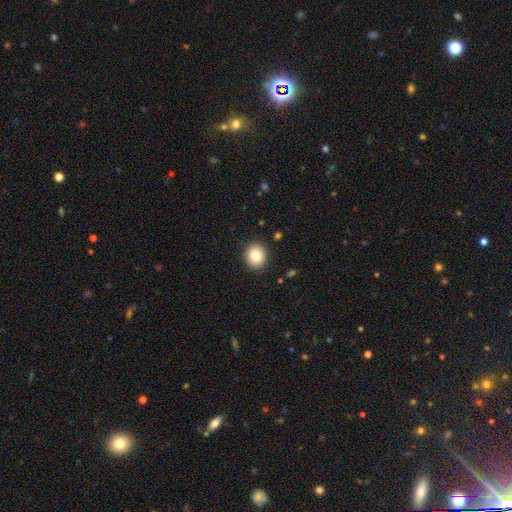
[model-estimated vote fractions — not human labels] Smooth or featured? smooth (81%)
How rounded? round (78%)
Merging? none (90%)